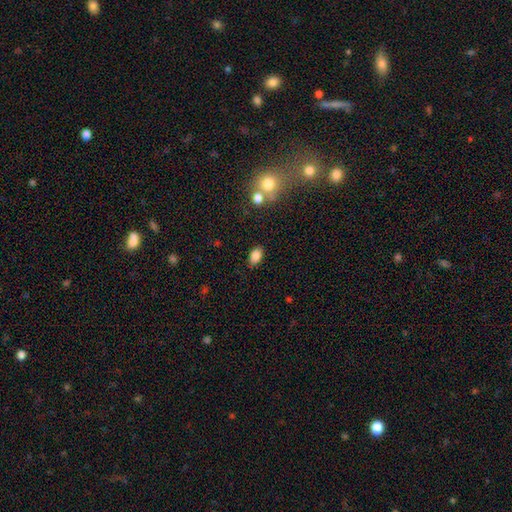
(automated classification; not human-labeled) Morphology: type=smooth (84%); roundness=in between (89%); merging=none (83%).